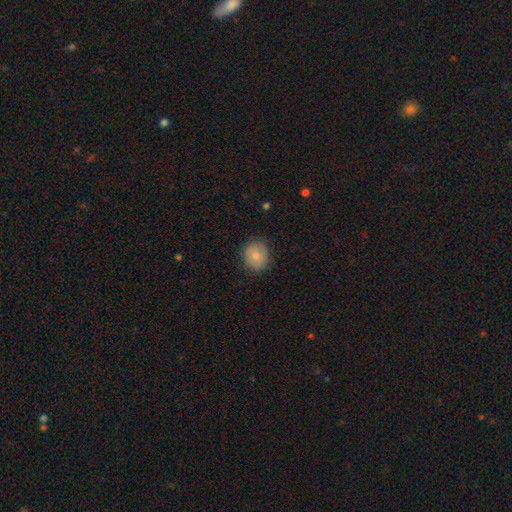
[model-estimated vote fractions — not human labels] Smooth or featured? Predicted: smooth (p=0.76). How rounded? Predicted: round (p=0.82). Merging? Predicted: none (p=0.84).